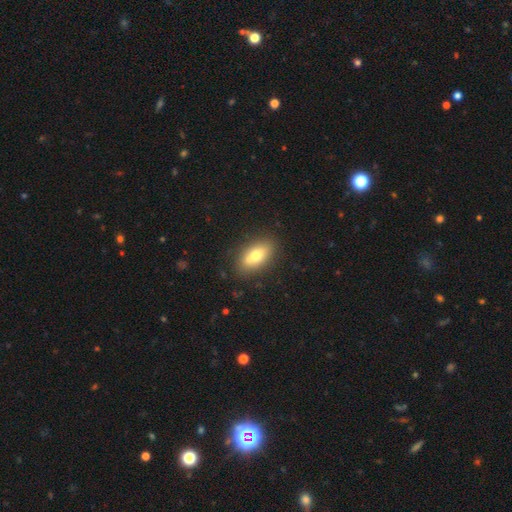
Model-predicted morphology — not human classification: type=smooth (71%); roundness=in between (85%); merging=none (82%).